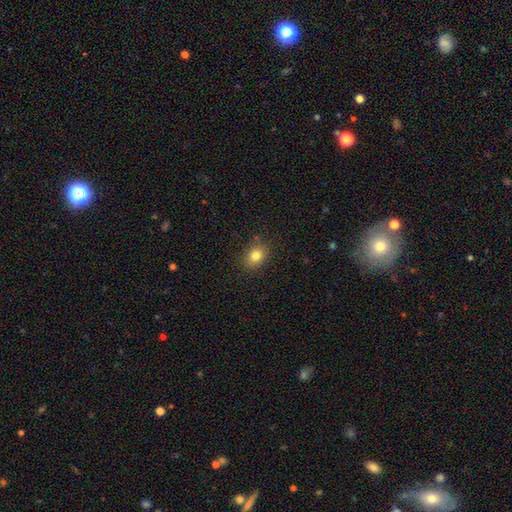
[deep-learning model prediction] The model was most divided on "how rounded": in between: 52%, round: 47%, cigar-shaped: 1%. More confident: merging — none (84%); smooth or featured — smooth (81%).